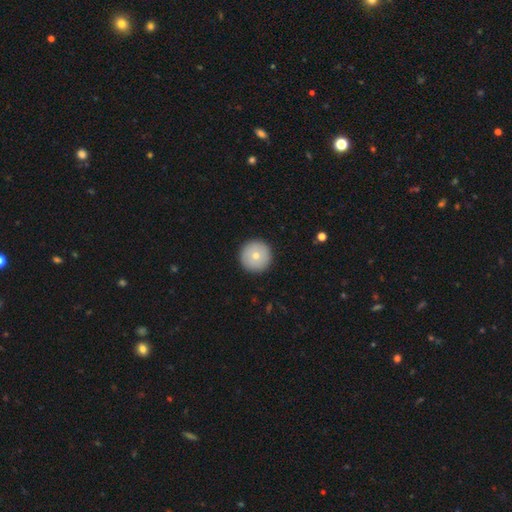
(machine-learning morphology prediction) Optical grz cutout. It shows a smooth galaxy with no disk features (72%) that is round (97%). Merging: none (93%).